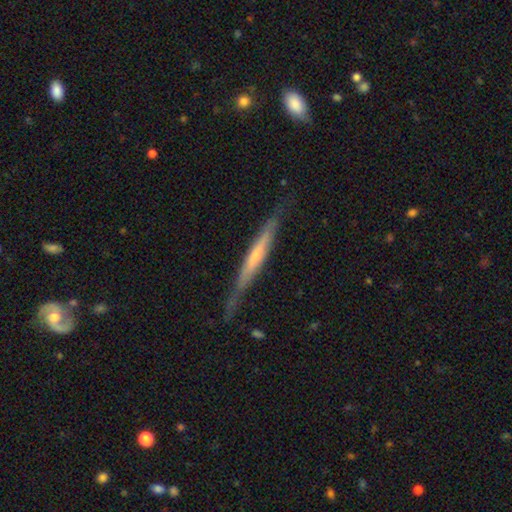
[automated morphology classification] Smooth or featured? Predicted: featured or disk (p=0.59). Edge-on disk? Predicted: yes (p=0.93). Edge-on bulge? Predicted: none (p=0.55). Merging? Predicted: none (p=0.74).